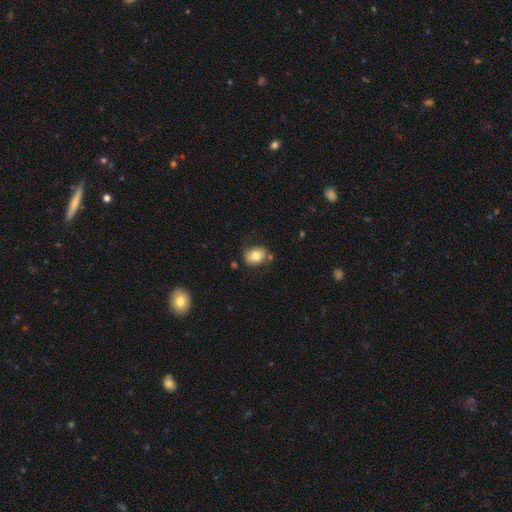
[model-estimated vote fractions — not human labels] Smooth or featured? Predicted: smooth (p=0.77). How rounded? Predicted: in between (p=0.65). Merging? Predicted: none (p=0.69).